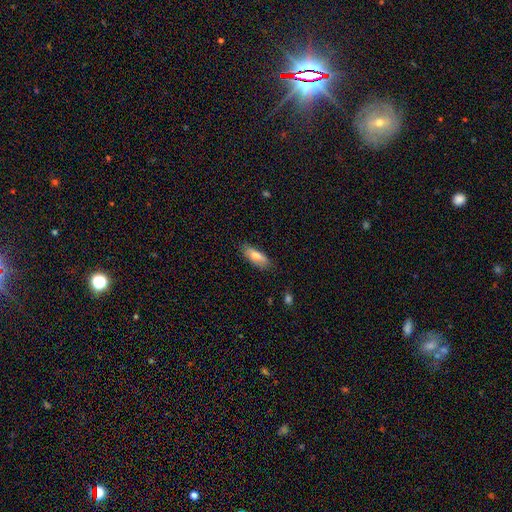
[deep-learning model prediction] The model was most divided on "how rounded": in between: 73%, cigar-shaped: 25%, round: 2%. More confident: merging — none (79%); smooth or featured — smooth (76%).